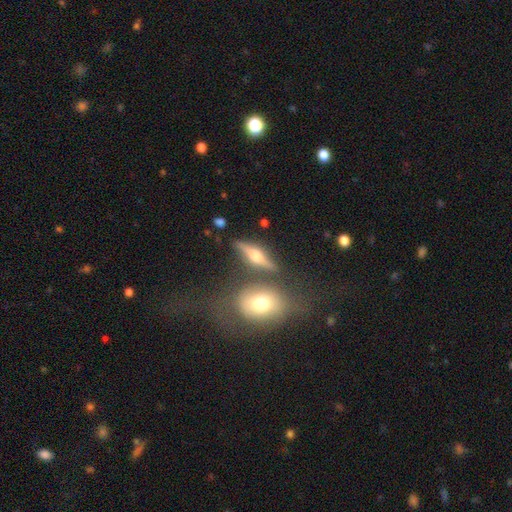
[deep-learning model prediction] The model was most divided on "smooth or featured": featured or disk: 70%, smooth: 23%, star or artifact: 7%. More confident: edge-on bulge — rounded (96%); edge-on disk — yes (92%); merging — none (73%).